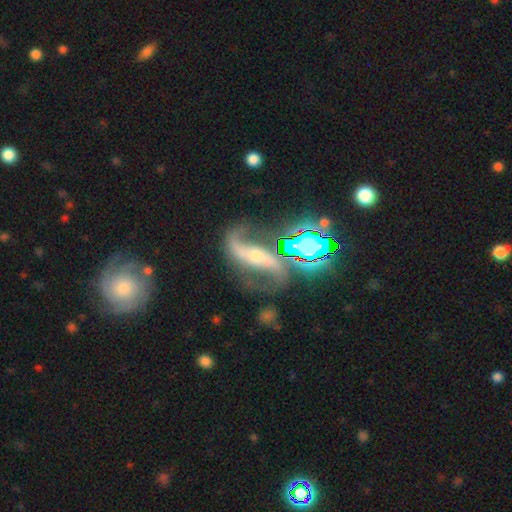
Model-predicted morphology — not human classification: The model was most divided on "bulge size": small: 47%, moderate: 45%, large: 4%, none: 3%, dominant: 2%. Remaining: spiral arms — yes (95%); edge-on disk — no (93%); spiral arm count — 2 (91%); smooth or featured — featured or disk (83%); spiral winding — loose (70%); merging — none (61%); bar — strong (48%).